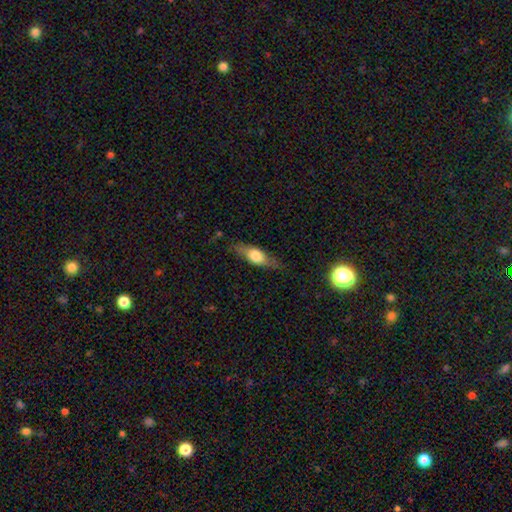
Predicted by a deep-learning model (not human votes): A smooth galaxy with no disk features (55%) that is in between round and cigar-shaped (54%). Merging: none (75%).